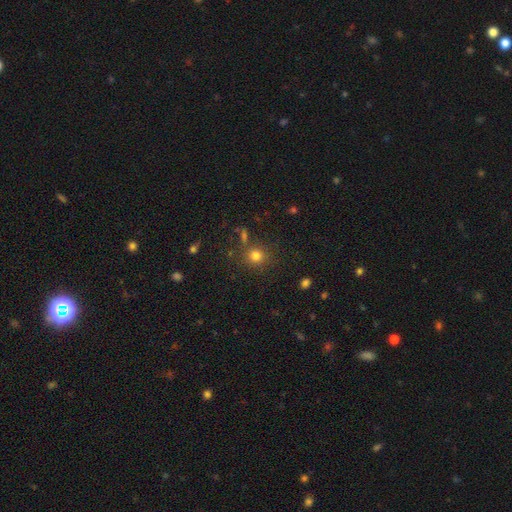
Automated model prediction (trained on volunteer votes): Smooth or featured: smooth — 78% (star or artifact — 15%)
How rounded: round — 87% (in between — 12%)
Merging: none — 80% (minor disturbance — 10%)